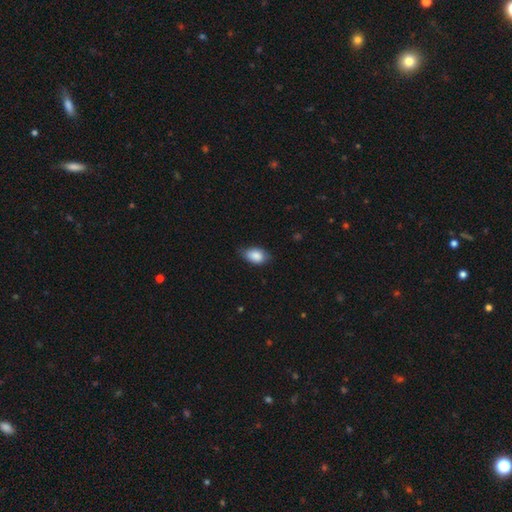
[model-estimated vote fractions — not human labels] A smooth galaxy with no disk features (86%) that is in between round and cigar-shaped (89%).

Vote fractions:
- Smooth or featured? smooth: 86% / featured or disk: 7% / star or artifact: 6%
- How rounded? in between: 89% / round: 9% / cigar-shaped: 2%
- Merging? none: 70% / minor disturbance: 25% / major disturbance: 4% / merger: 1%